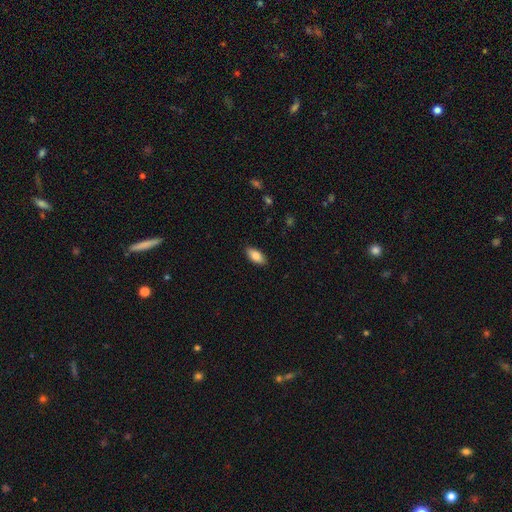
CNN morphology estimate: type=smooth (84%); roundness=in between (89%); merging=none (88%).